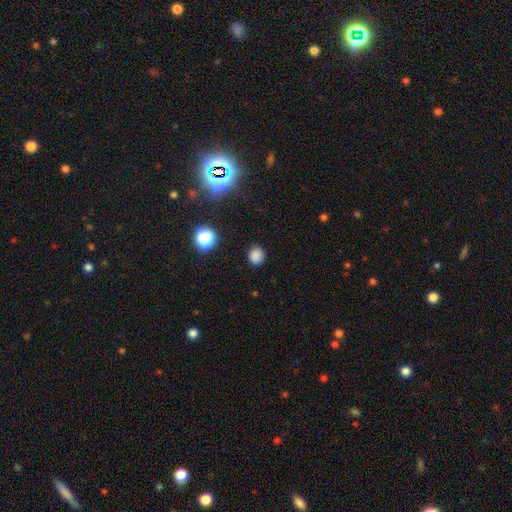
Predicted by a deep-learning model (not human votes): smooth_or_featured: smooth (p=0.82) [alt: star or artifact p=0.14]
how_rounded: round (p=0.78) [alt: in between p=0.21]
merging: none (p=0.88) [alt: minor disturbance p=0.09]